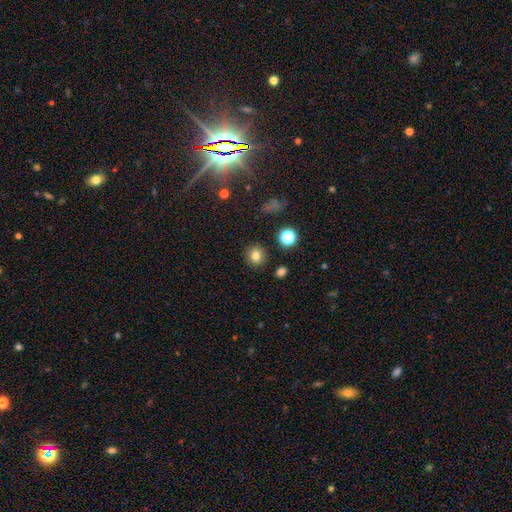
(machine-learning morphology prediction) Overall: smooth (80%). How rounded: round (90%). Merging: none (89%).